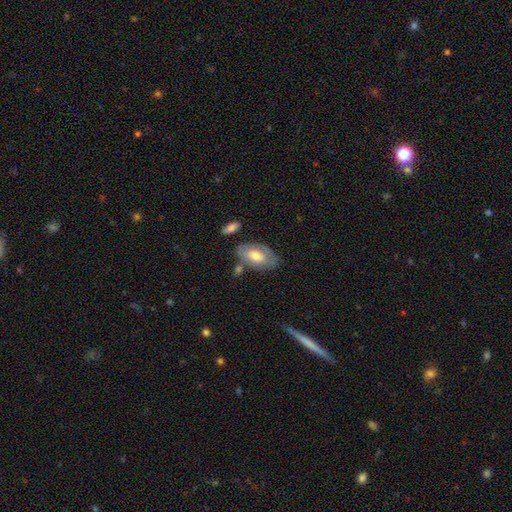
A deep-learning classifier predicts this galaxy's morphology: type=smooth (59%); roundness=in between (92%); merging=none (65%).